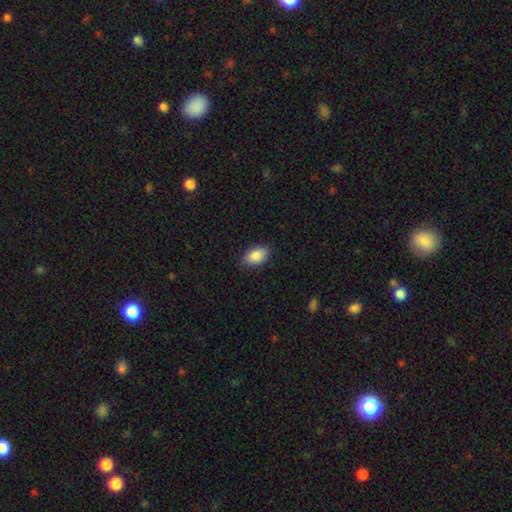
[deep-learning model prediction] smooth_or_featured: smooth (p=0.87) [alt: star or artifact p=0.07]
how_rounded: in between (p=0.90) [alt: round p=0.08]
merging: none (p=0.85) [alt: minor disturbance p=0.12]